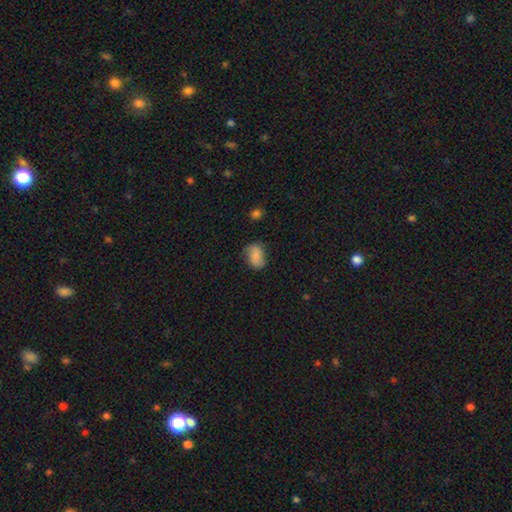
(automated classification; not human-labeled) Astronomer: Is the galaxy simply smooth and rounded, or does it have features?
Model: smooth — 71%.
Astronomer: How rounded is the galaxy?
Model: in between — 76%.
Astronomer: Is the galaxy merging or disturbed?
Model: none — 69%.